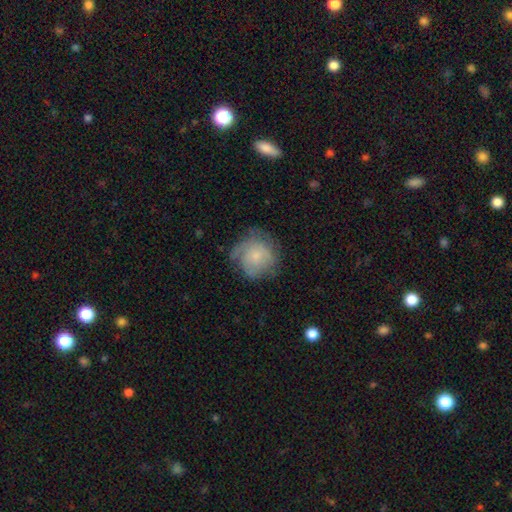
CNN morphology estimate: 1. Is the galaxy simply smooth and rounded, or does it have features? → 46% featured or disk (tied), 46% smooth (tied), 8% star or artifact.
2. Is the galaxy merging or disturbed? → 56% none, 26% minor disturbance, 16% major disturbance, 2% merger.